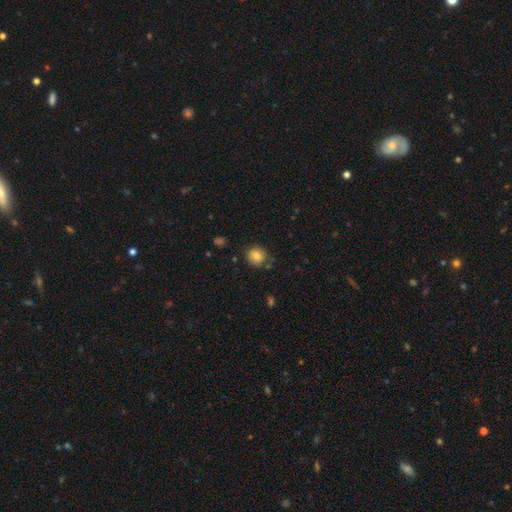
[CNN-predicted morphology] Smooth or featured? smooth (79%)
How rounded? round (88%)
Merging? none (80%)